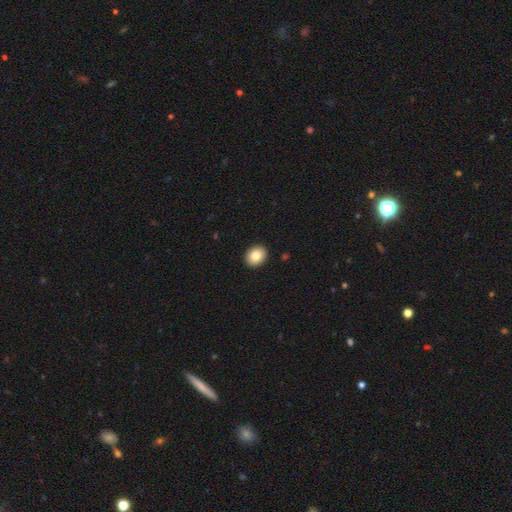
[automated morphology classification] A smooth galaxy with no disk features (83%) that is in between round and cigar-shaped (51%). Merging: none (92%).